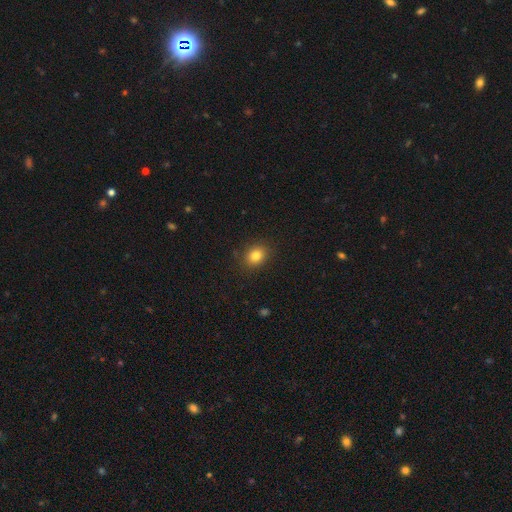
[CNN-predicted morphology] A smooth galaxy with no disk features (82%) that is round (53%).

Vote fractions:
- Smooth or featured? smooth: 82% / star or artifact: 11% / featured or disk: 7%
- How rounded? round: 53% / in between: 46% / cigar-shaped: 1%
- Merging? none: 86% / minor disturbance: 10% / major disturbance: 3% / merger: 1%